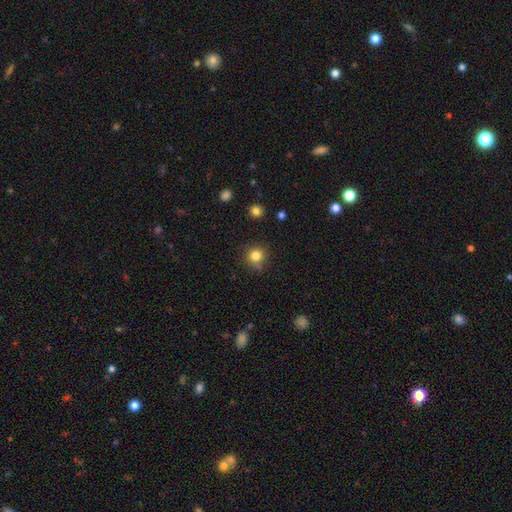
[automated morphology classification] Smooth or featured: smooth — 82% (star or artifact — 12%)
How rounded: round — 89% (in between — 10%)
Merging: none — 78% (minor disturbance — 14%)